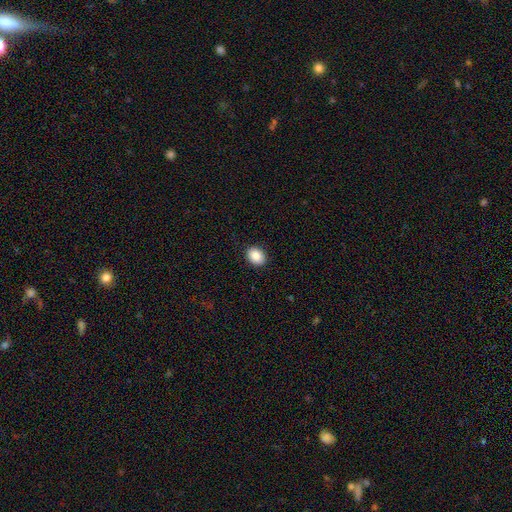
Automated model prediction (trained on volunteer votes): This is clearly a smooth galaxy (88%). How rounded: likely in between (63%). Merging: clearly none (91%).